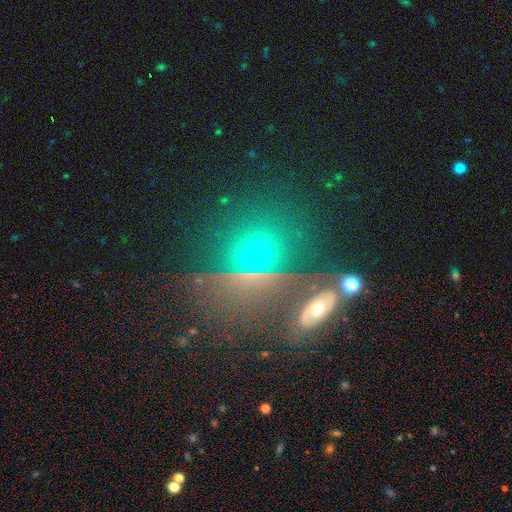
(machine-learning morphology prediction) Smooth or featured? smooth (44%)
Merging? none (65%)